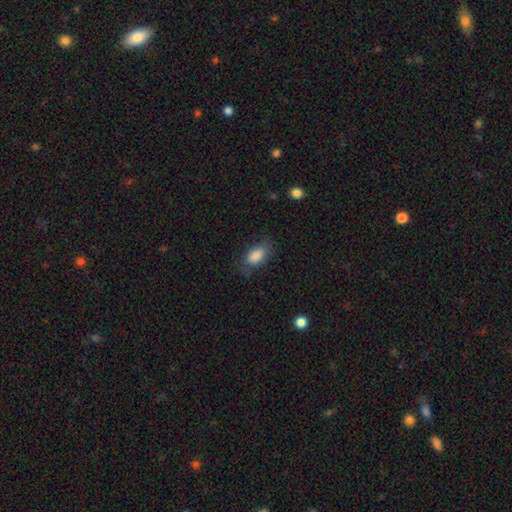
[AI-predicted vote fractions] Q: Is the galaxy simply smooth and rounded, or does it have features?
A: smooth — 85%.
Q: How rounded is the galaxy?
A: in between — 89%.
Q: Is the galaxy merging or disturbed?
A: none — 71%.